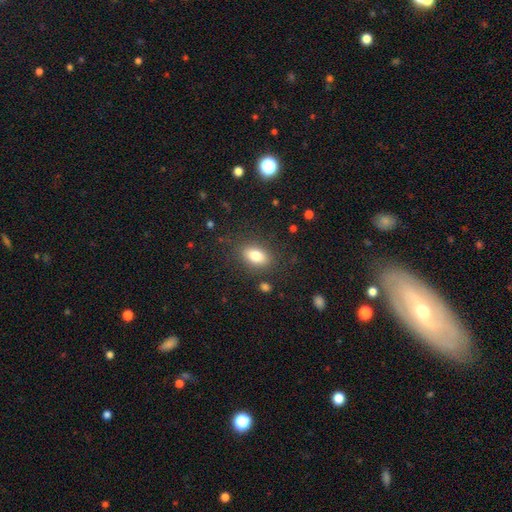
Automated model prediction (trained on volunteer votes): Smooth or featured? Predicted: smooth (p=0.80). How rounded? Predicted: in between (p=0.86). Merging? Predicted: none (p=0.83).